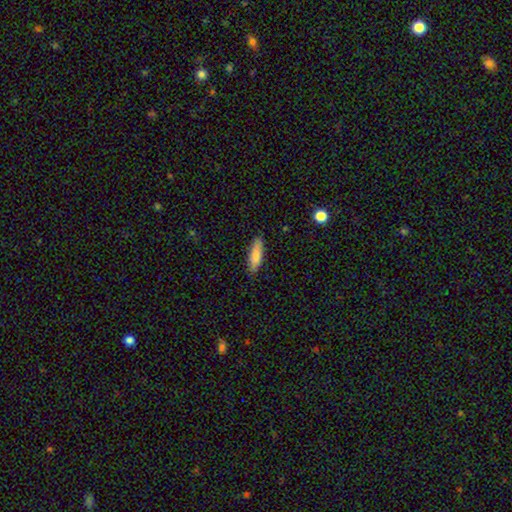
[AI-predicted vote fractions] Smooth or featured?
  - smooth: 82% *
  - featured or disk: 12%
  - star or artifact: 6%
How rounded?
  - cigar-shaped: 50% *
  - in between: 49%
  - round: 2%
Merging?
  - none: 85% *
  - minor disturbance: 12%
  - major disturbance: 2%
  - merger: 1%